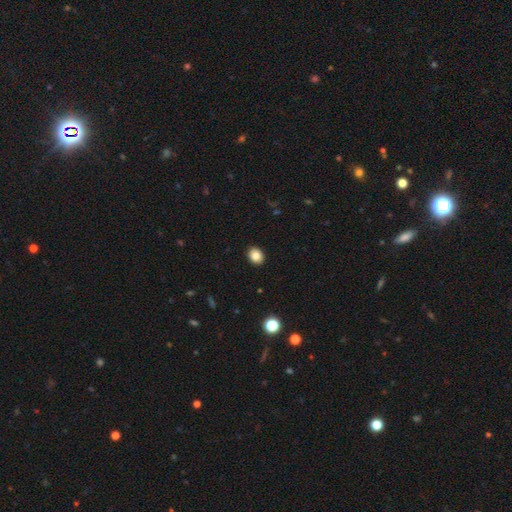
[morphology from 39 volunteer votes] smooth-or-featured: smooth: 85% | featured or disk: 8% | star or artifact: 8%
  how-rounded: round: 58% | in between: 42% | cigar-shaped: 0%
  merging: none: 97% | merger: 3% | minor disturbance: 0% | major disturbance: 0%